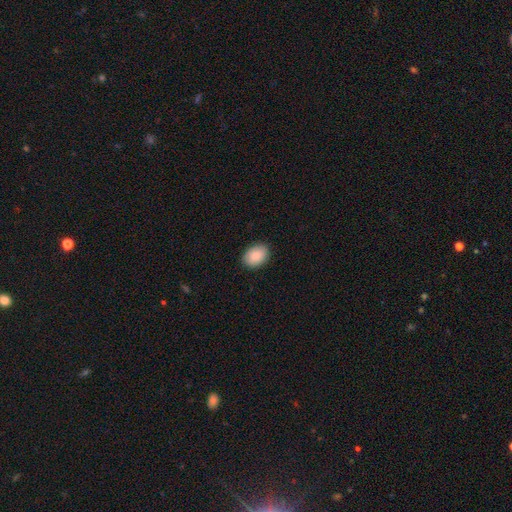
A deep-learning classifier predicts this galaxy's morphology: Smooth or featured?
  - smooth: 87% *
  - star or artifact: 7%
  - featured or disk: 6%
How rounded?
  - in between: 83% *
  - round: 16%
  - cigar-shaped: 1%
Merging?
  - none: 89% *
  - minor disturbance: 8%
  - major disturbance: 2%
  - merger: 1%